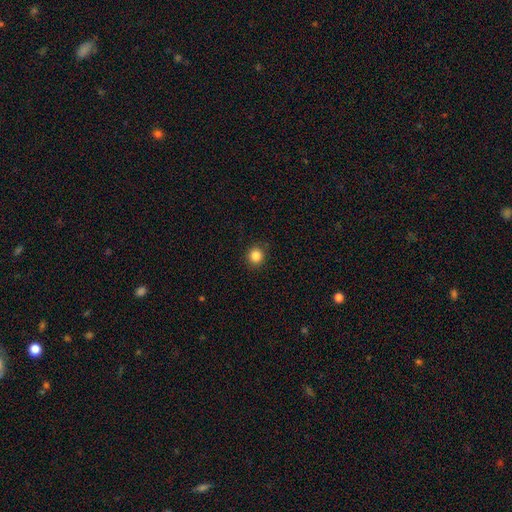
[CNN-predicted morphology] A smooth galaxy with no disk features (85%) that is round (90%).

Vote fractions:
- Smooth or featured? smooth: 85% / star or artifact: 11% / featured or disk: 4%
- How rounded? round: 90% / in between: 9% / cigar-shaped: 1%
- Merging? none: 90% / minor disturbance: 7% / major disturbance: 2% / merger: 1%